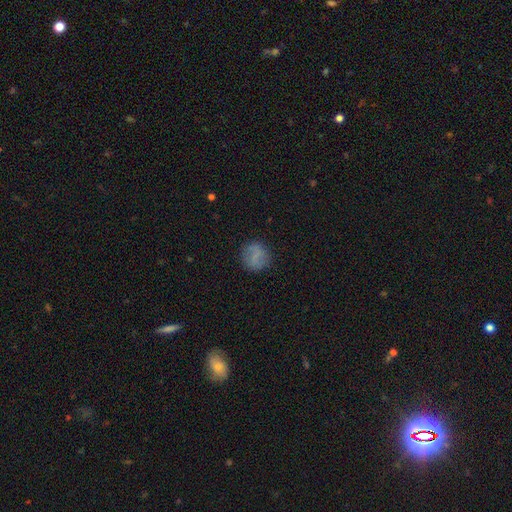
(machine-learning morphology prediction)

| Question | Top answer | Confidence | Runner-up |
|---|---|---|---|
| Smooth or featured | smooth | 65% | featured or disk (24%) |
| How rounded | round | 83% | in between (15%) |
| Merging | none | 82% | minor disturbance (12%) |